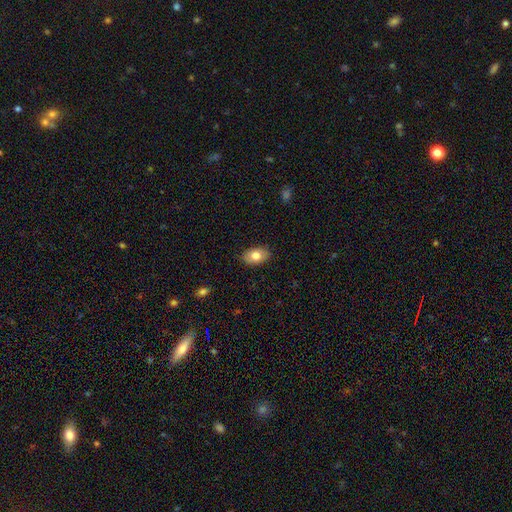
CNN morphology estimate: The model was most divided on "smooth or featured": smooth: 79%, featured or disk: 14%, star or artifact: 7%. More confident: how rounded — in between (89%); merging — none (87%).